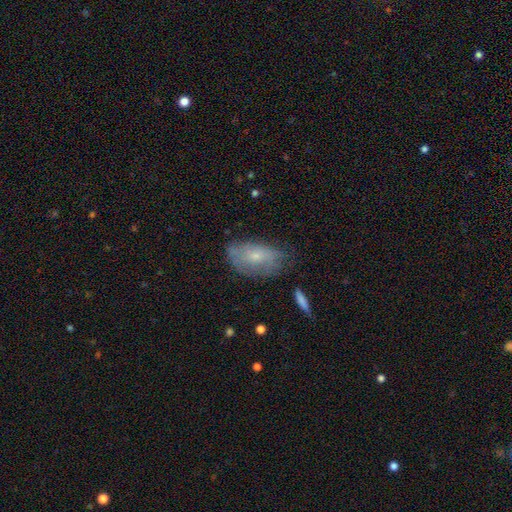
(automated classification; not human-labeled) Overall: smooth (52%; featured or disk 38%). How rounded: in between (90%). Merging: none (60%; minor disturbance 28%).